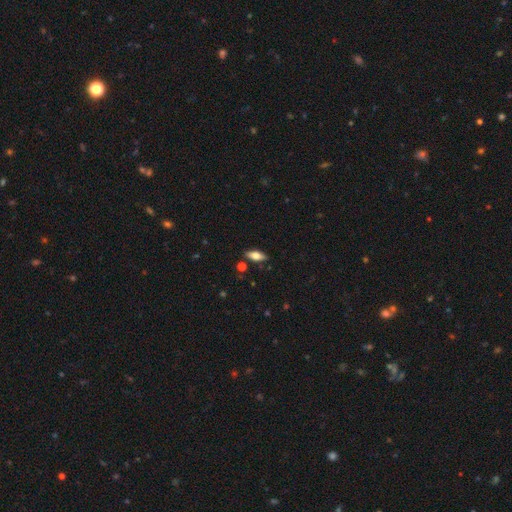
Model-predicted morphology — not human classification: Smooth or featured?
  - smooth: 67% *
  - featured or disk: 26%
  - star or artifact: 7%
How rounded?
  - in between: 78% *
  - cigar-shaped: 19%
  - round: 3%
Merging?
  - none: 86% *
  - minor disturbance: 10%
  - merger: 3%
  - major disturbance: 2%